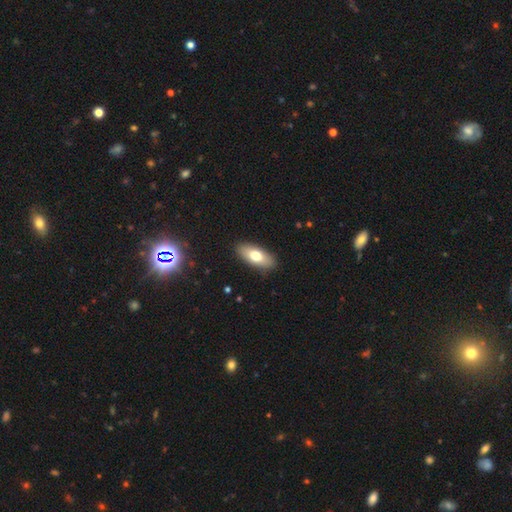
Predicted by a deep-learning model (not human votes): Overall: smooth (74%). How rounded: in between (84%). Merging: none (88%).